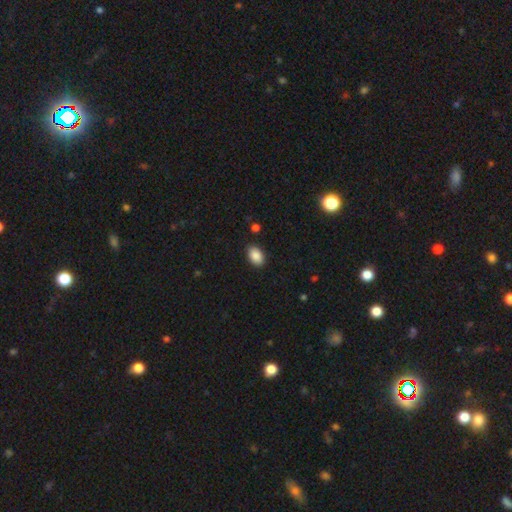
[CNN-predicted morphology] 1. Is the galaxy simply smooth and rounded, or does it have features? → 89% smooth, 8% star or artifact, 4% featured or disk.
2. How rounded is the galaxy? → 90% in between, 9% round, 1% cigar-shaped.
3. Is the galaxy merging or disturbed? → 88% none, 9% minor disturbance, 2% major disturbance, 1% merger.